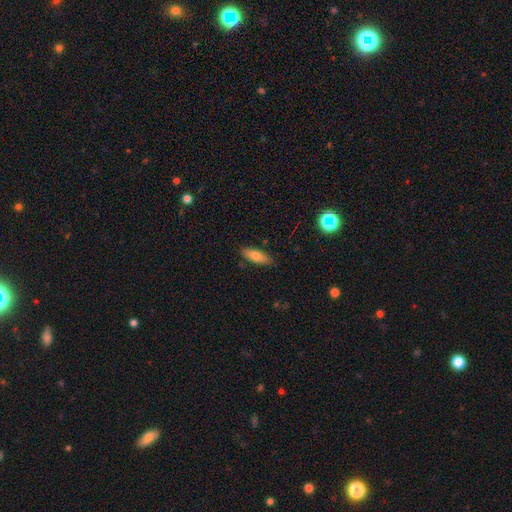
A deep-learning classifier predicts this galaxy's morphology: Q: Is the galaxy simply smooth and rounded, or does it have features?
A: smooth — 74%.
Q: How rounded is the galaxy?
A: in between — 59%.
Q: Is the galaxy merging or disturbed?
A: none — 85%.